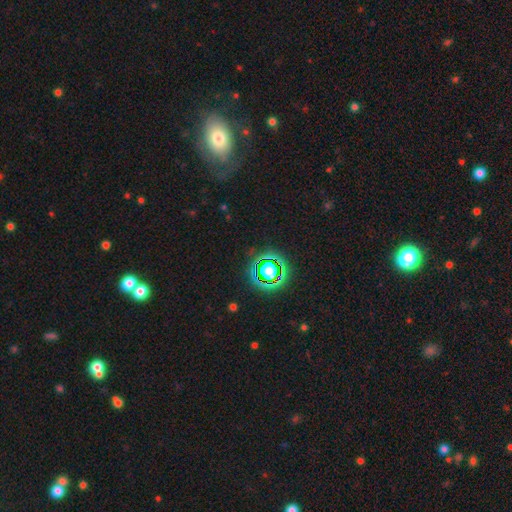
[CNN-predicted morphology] type=star or artifact (66%).